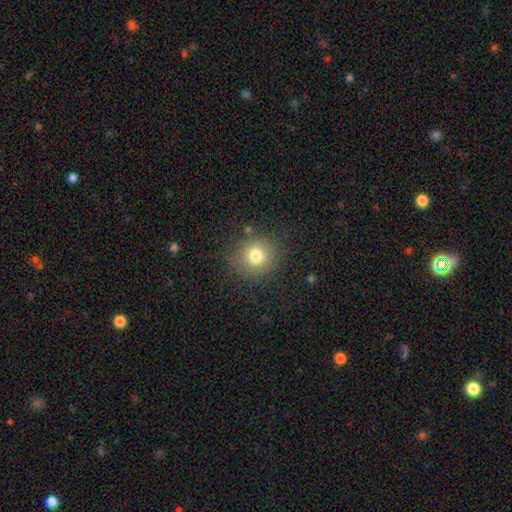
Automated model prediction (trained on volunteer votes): Smooth or featured: smooth — 77% (star or artifact — 13%)
How rounded: round — 86% (in between — 13%)
Merging: none — 84% (minor disturbance — 10%)